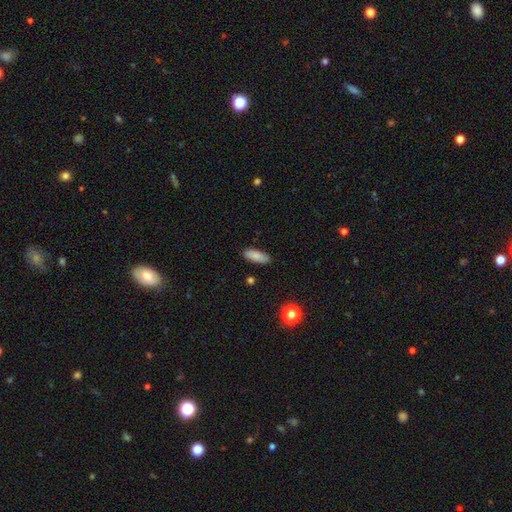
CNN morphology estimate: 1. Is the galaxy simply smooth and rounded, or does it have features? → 87% smooth, 7% star or artifact, 6% featured or disk.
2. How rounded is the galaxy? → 70% in between, 28% cigar-shaped, 2% round.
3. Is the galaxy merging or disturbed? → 87% none, 9% minor disturbance, 2% major disturbance, 1% merger.